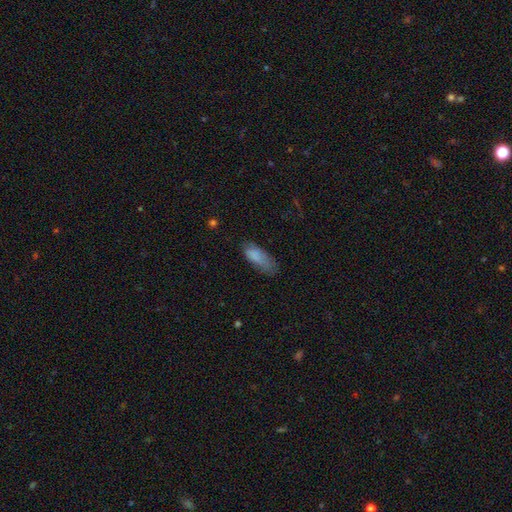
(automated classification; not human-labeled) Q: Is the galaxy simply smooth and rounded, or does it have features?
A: smooth — 80%.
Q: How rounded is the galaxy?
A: in between — 76%.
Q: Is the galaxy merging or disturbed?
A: none — 53%.